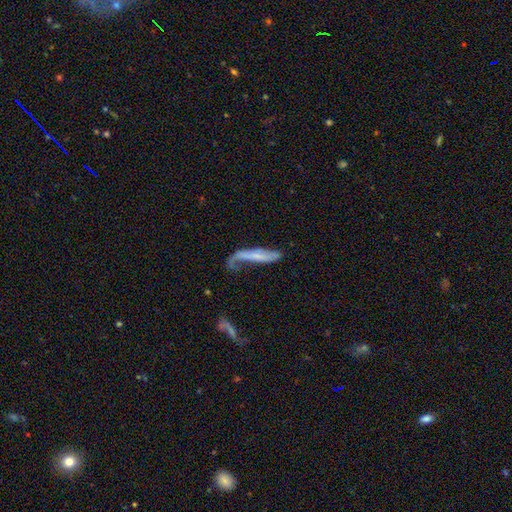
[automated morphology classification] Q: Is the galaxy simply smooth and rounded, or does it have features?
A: featured or disk — 47%.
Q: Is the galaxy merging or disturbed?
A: major disturbance — 36%.